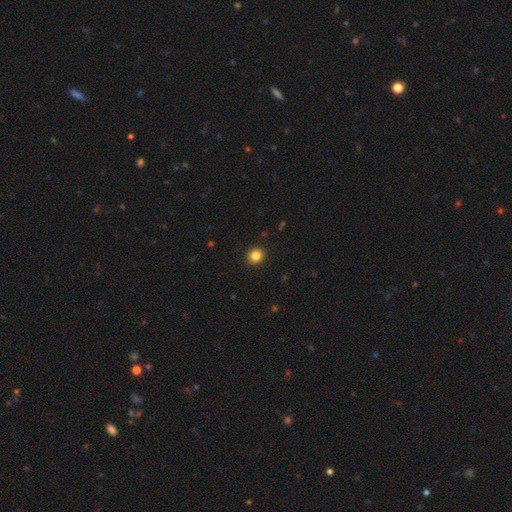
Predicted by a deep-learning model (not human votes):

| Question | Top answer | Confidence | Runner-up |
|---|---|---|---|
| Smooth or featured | smooth | 84% | star or artifact (11%) |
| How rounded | round | 90% | in between (9%) |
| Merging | none | 92% | minor disturbance (5%) |